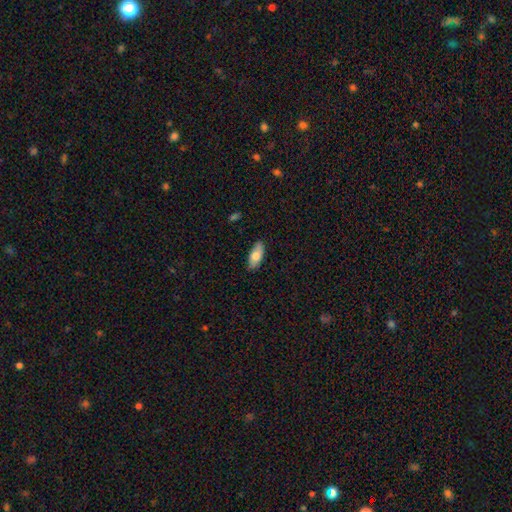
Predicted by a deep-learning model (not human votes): smooth 75%, featured or disk 19%, star or artifact 6%. Down the decision tree: how rounded — in between (85%); merging — none (84%).